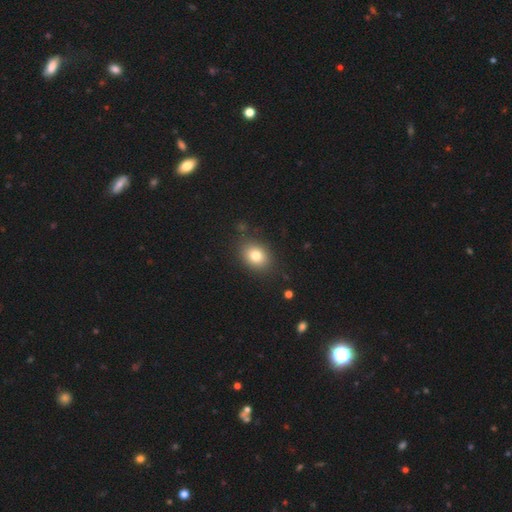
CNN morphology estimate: The model was most divided on "how rounded": in between: 56%, round: 43%, cigar-shaped: 1%. More confident: merging — none (82%); smooth or featured — smooth (79%).